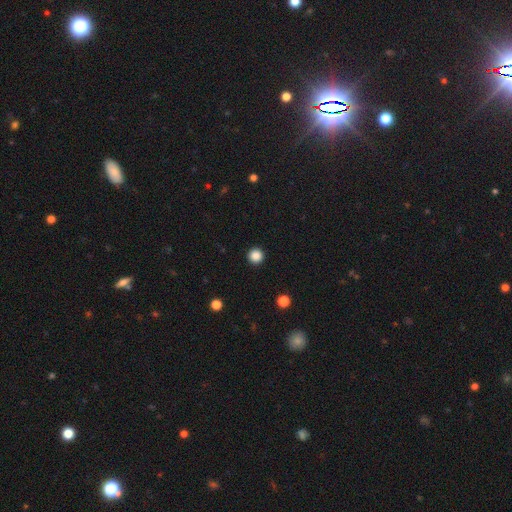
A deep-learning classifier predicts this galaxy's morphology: This appears to be a smooth galaxy with no disk features (87%) that is round (96%). Merging: none (94%).